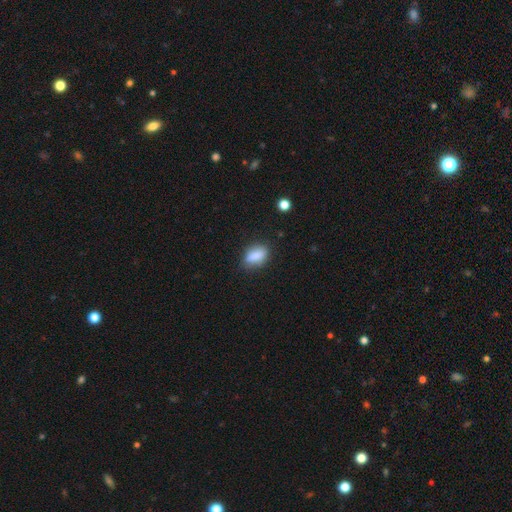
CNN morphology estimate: smooth 84%, star or artifact 8%, featured or disk 8%. Down the decision tree: how rounded — in between (84%); merging — none (75%).